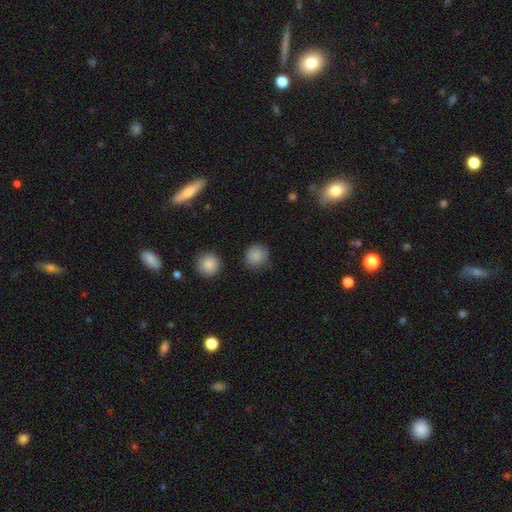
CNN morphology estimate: A smooth galaxy with no disk features (86%) that is round (91%).

Vote fractions:
- Smooth or featured? smooth: 86% / star or artifact: 9% / featured or disk: 4%
- How rounded? round: 91% / in between: 8% / cigar-shaped: 1%
- Merging? none: 81% / minor disturbance: 12% / major disturbance: 4% / merger: 3%